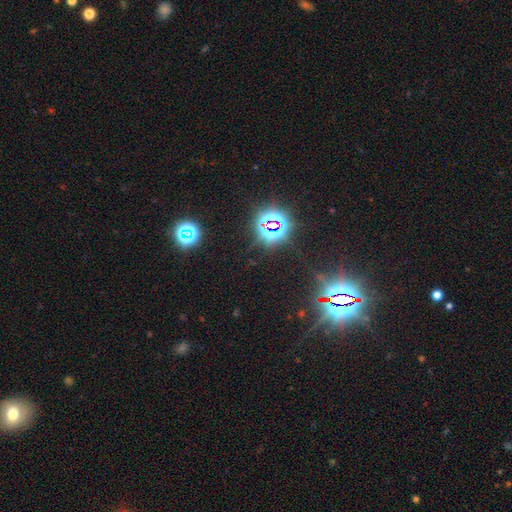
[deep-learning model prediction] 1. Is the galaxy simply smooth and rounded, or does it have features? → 81% star or artifact, 12% smooth, 7% featured or disk.